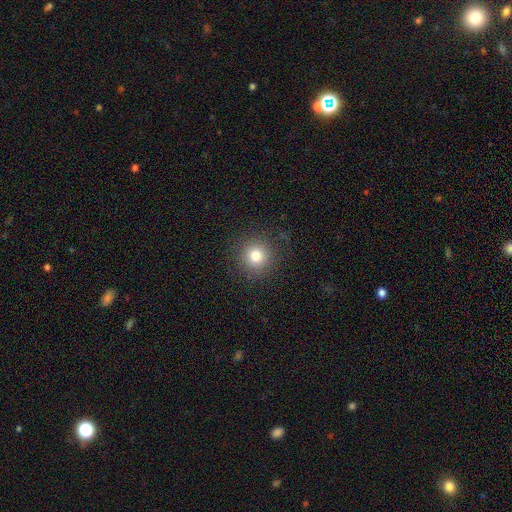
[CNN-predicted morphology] Smooth or featured: smooth — 78% (star or artifact — 14%)
How rounded: round — 94% (in between — 5%)
Merging: none — 89% (minor disturbance — 7%)